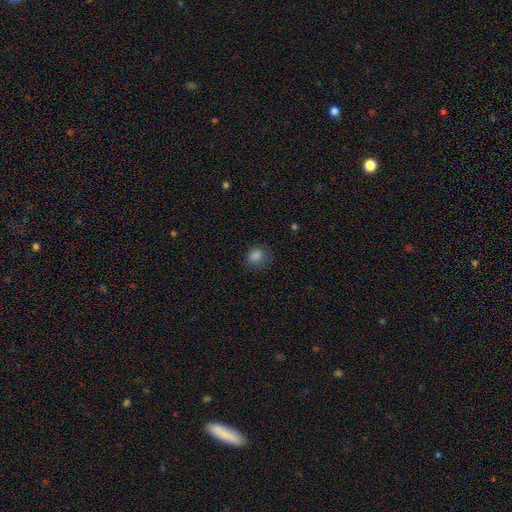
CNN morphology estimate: A smooth galaxy with no disk features (81%) that is in between round and cigar-shaped (51%).

Vote fractions:
- Smooth or featured? smooth: 81% / star or artifact: 13% / featured or disk: 6%
- How rounded? in between: 51% / round: 48% / cigar-shaped: 1%
- Merging? none: 64% / minor disturbance: 24% / major disturbance: 11% / merger: 2%